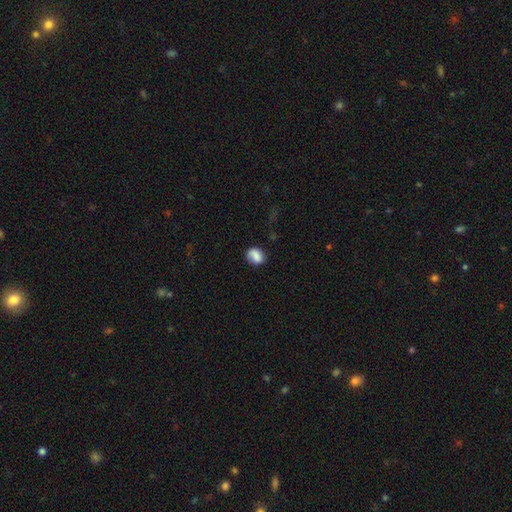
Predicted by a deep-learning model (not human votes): Smooth or featured? Predicted: smooth (p=0.79). How rounded? Predicted: in between (p=0.52). Merging? Predicted: none (p=0.70).